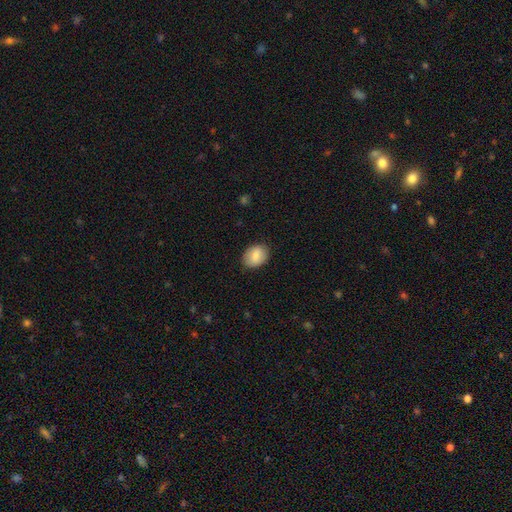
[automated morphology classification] Smooth or featured?
  - smooth: 83% *
  - featured or disk: 10%
  - star or artifact: 7%
How rounded?
  - in between: 64% *
  - round: 35%
  - cigar-shaped: 1%
Merging?
  - none: 85% *
  - minor disturbance: 11%
  - major disturbance: 3%
  - merger: 1%